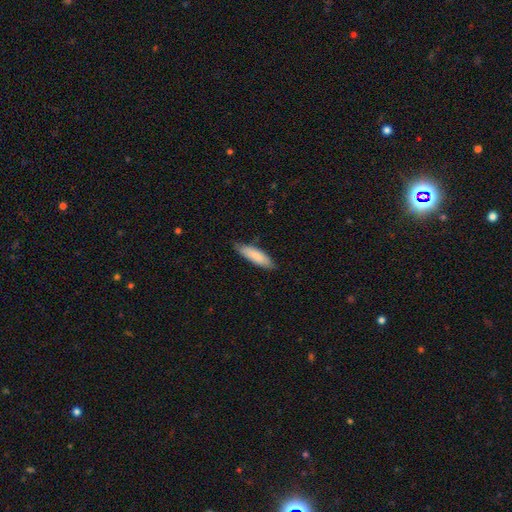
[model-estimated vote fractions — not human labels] This is clearly a smooth galaxy (82%). How rounded: possibly cigar-shaped (55%). Merging: clearly none (81%).